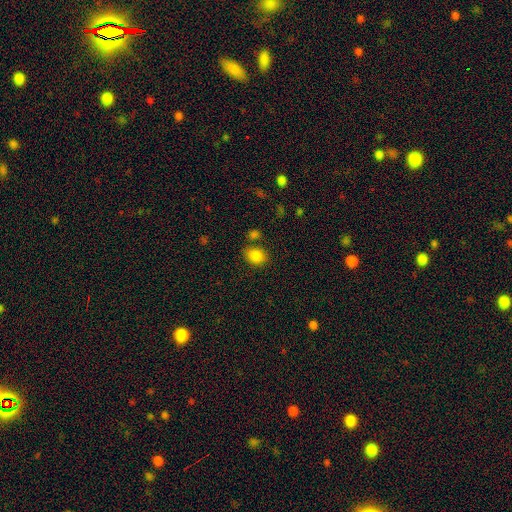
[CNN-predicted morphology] smooth_or_featured: smooth (p=0.85) [alt: star or artifact p=0.10]
how_rounded: in between (p=0.52) [alt: round p=0.47]
merging: none (p=0.74) [alt: minor disturbance p=0.12]